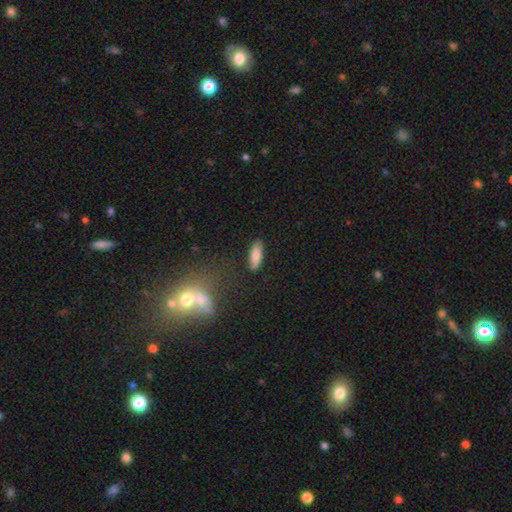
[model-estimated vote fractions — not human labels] Smooth or featured? Predicted: smooth (p=0.83). How rounded? Predicted: in between (p=0.55). Merging? Predicted: none (p=0.84).